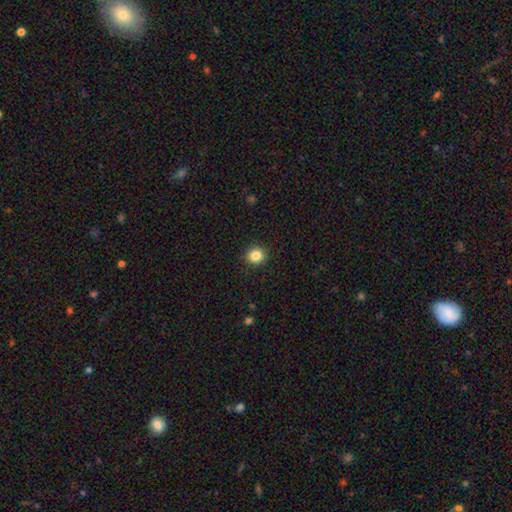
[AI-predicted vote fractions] smooth 85%, star or artifact 11%, featured or disk 4%. Down the decision tree: how rounded — round (89%); merging — none (92%).